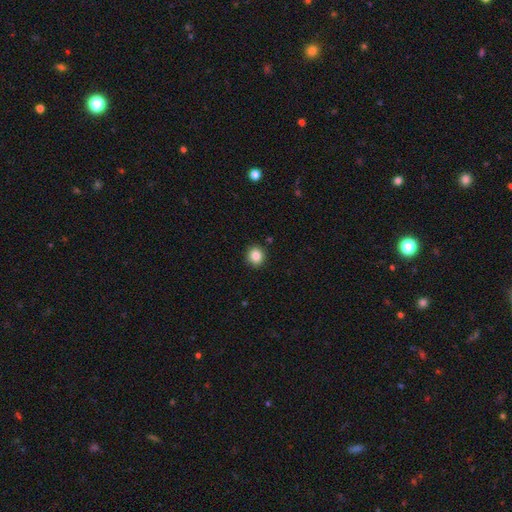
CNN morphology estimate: smooth 86%, star or artifact 9%, featured or disk 4%. Down the decision tree: how rounded — round (86%); merging — none (91%).